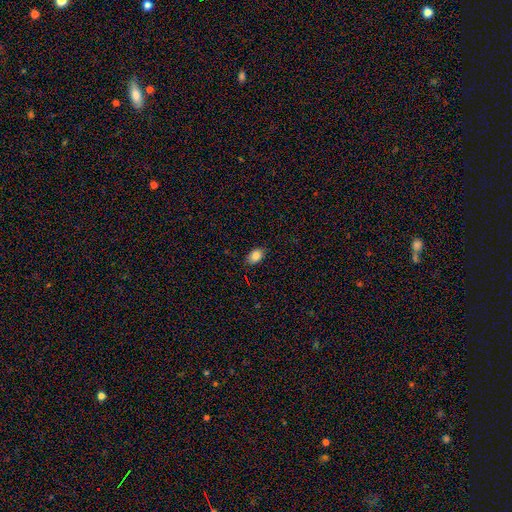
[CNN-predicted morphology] This appears to be a smooth galaxy with no disk features (85%) that is in between round and cigar-shaped (82%). Merging: none (83%).